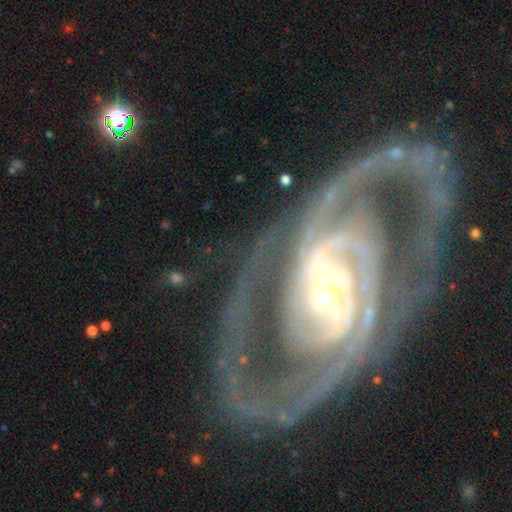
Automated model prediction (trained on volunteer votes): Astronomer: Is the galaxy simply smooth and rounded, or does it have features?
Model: featured or disk — 90%.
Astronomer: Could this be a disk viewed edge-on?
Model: no — 96%.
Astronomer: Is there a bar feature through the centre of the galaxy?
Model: strong — 44% (runner-up: weak, 34%).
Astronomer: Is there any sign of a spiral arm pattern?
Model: yes — 96%.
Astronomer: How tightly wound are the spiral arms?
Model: tight — 46% (runner-up: medium, 42%).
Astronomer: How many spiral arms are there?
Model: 2 — 66%.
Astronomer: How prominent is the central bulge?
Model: moderate — 49% (runner-up: small, 40%).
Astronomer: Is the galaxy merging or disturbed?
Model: none — 64%.